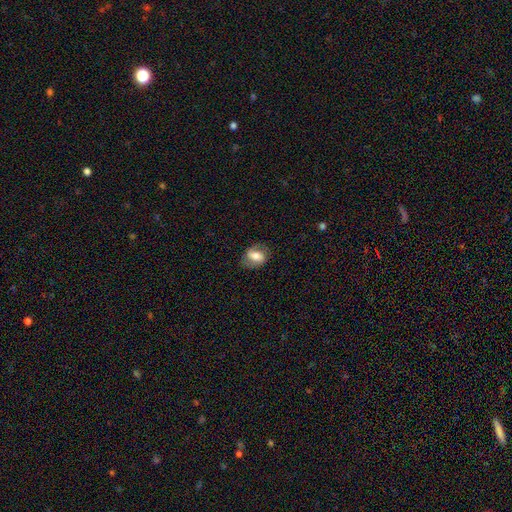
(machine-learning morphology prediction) Q: Smooth or featured?
A: smooth (53%); runner-up: featured or disk (39%)
Q: How rounded?
A: in between (67%); runner-up: round (31%)
Q: Merging?
A: none (73%); runner-up: minor disturbance (18%)